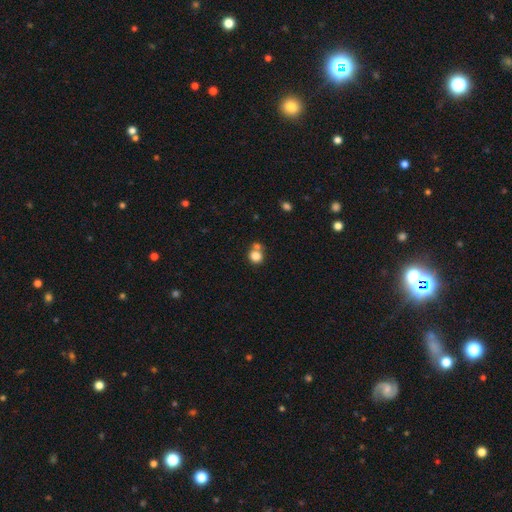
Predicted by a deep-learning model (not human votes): Smooth or featured? Predicted: smooth (p=0.82). How rounded? Predicted: round (p=0.82). Merging? Predicted: none (p=0.52).